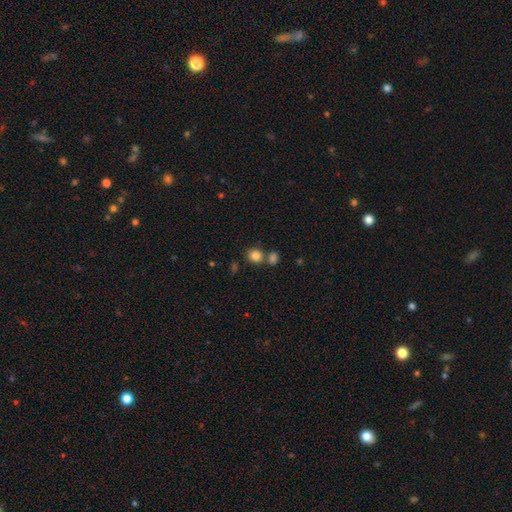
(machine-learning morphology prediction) Q: Smooth or featured?
A: smooth (83%); runner-up: star or artifact (11%)
Q: How rounded?
A: round (73%); runner-up: in between (26%)
Q: Merging?
A: none (64%); runner-up: merger (23%)